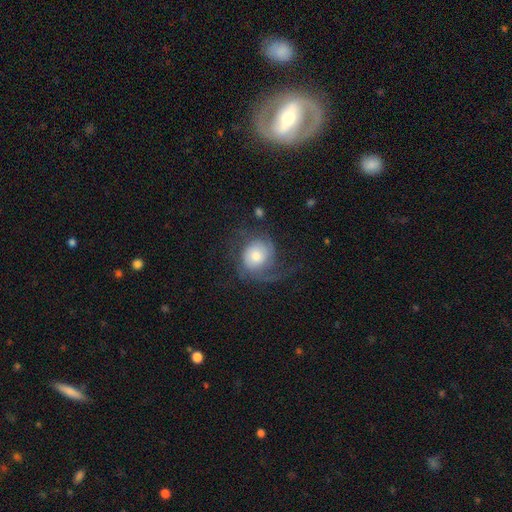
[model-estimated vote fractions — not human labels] This is likely a featured or disk galaxy (64%). It is clearly not viewed edge-on (97%). Bar: likely no (75%). Spiral arm pattern: clearly yes (90%). Spiral arm count: possibly 2 (46%). Spiral winding: marginally medium (39%). Central bulge: possibly moderate (54%). Merging: possibly none (51%).